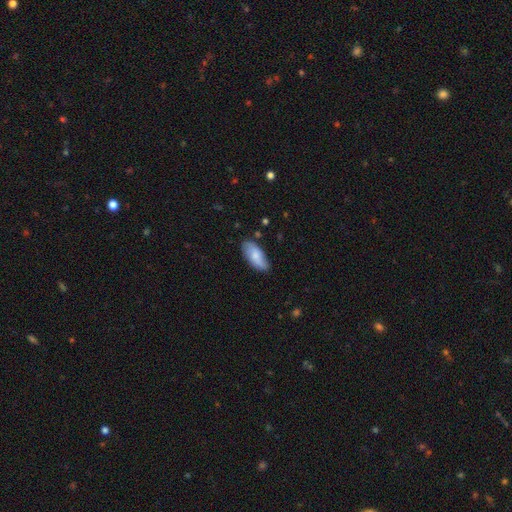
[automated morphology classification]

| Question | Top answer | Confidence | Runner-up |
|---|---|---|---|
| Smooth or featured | smooth | 70% | featured or disk (24%) |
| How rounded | in between | 88% | cigar-shaped (10%) |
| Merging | none | 75% | minor disturbance (20%) |